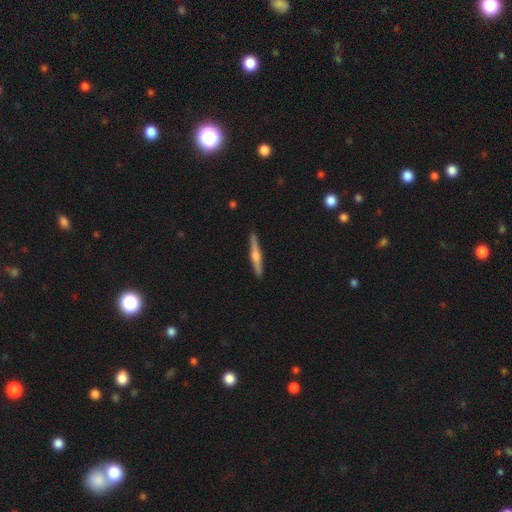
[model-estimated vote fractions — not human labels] The model was most divided on "smooth or featured": featured or disk: 69%, smooth: 25%, star or artifact: 6%. More confident: edge-on disk — yes (98%); merging — none (91%); edge-on bulge — rounded (86%).